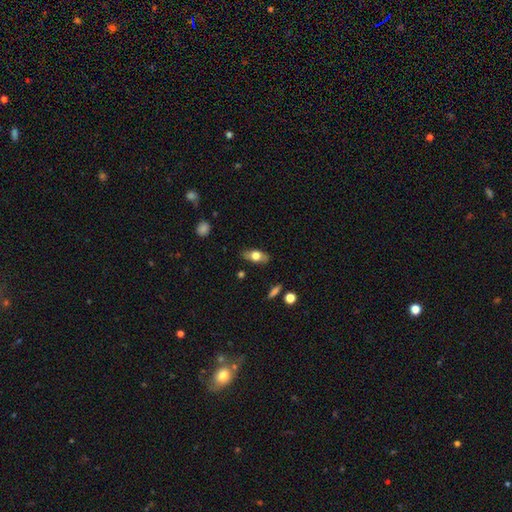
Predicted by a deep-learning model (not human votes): This is likely a smooth galaxy (66%). How rounded: clearly in between (83%). Merging: clearly none (82%).